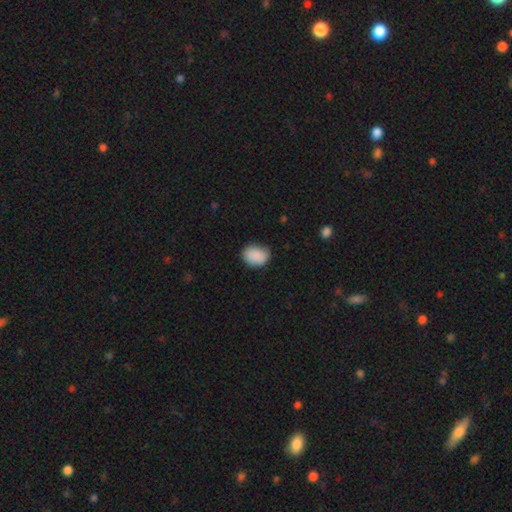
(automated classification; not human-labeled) A smooth galaxy with no disk features (89%) that is in between round and cigar-shaped (64%). Merging: none (75%).